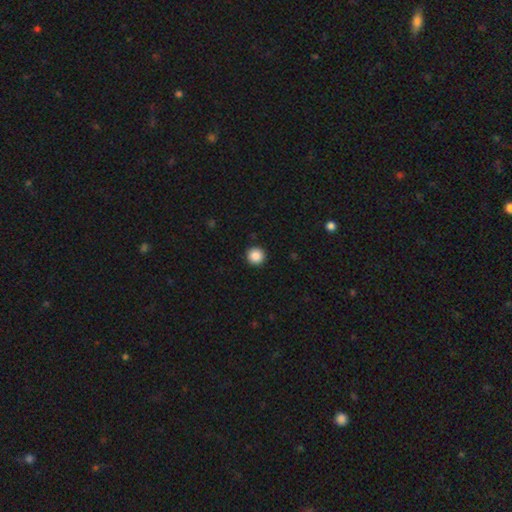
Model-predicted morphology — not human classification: Smooth or featured? smooth (87%)
How rounded? round (96%)
Merging? none (93%)